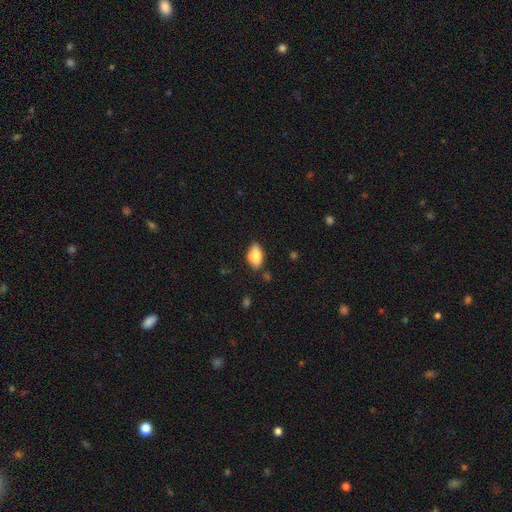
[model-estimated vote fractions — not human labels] Smooth or featured? smooth (79%)
How rounded? in between (90%)
Merging? none (70%)